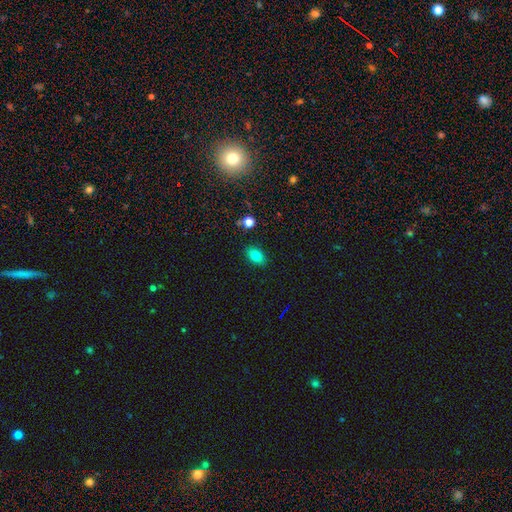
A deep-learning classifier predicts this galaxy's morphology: Smooth or featured? smooth (78%)
How rounded? in between (83%)
Merging? none (87%)